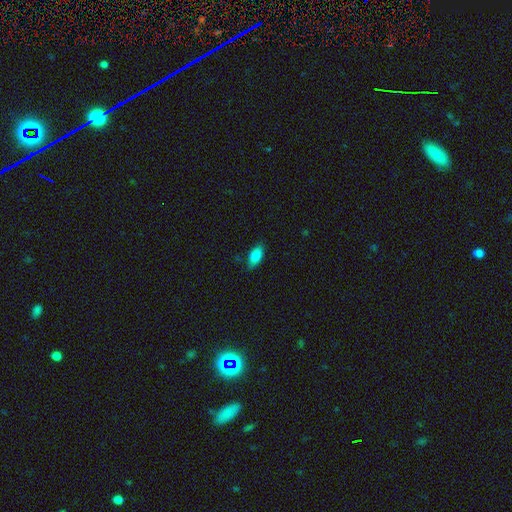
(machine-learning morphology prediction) smooth_or_featured: smooth (p=0.85) [alt: star or artifact p=0.08]
how_rounded: in between (p=0.88) [alt: cigar-shaped p=0.09]
merging: none (p=0.81) [alt: minor disturbance p=0.15]